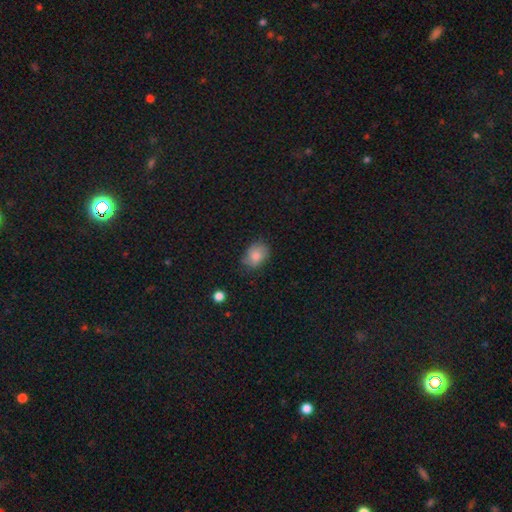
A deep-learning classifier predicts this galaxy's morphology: A smooth galaxy with no disk features (80%) that is in between round and cigar-shaped (67%).

Vote fractions:
- Smooth or featured? smooth: 80% / featured or disk: 12% / star or artifact: 8%
- How rounded? in between: 67% / round: 32% / cigar-shaped: 1%
- Merging? none: 67% / minor disturbance: 26% / major disturbance: 6% / merger: 2%